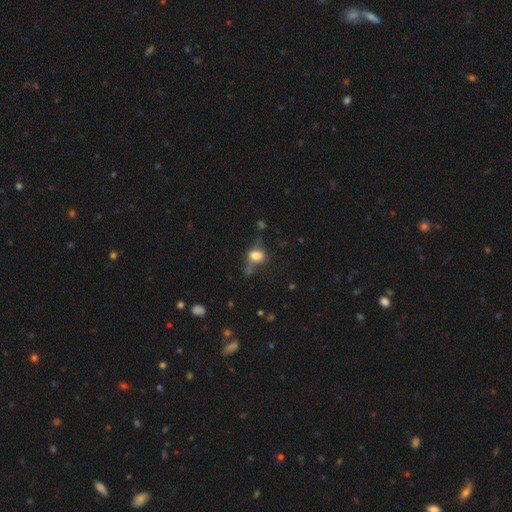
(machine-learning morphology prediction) Smooth or featured? smooth (64%)
How rounded? in between (56%)
Merging? none (44%)